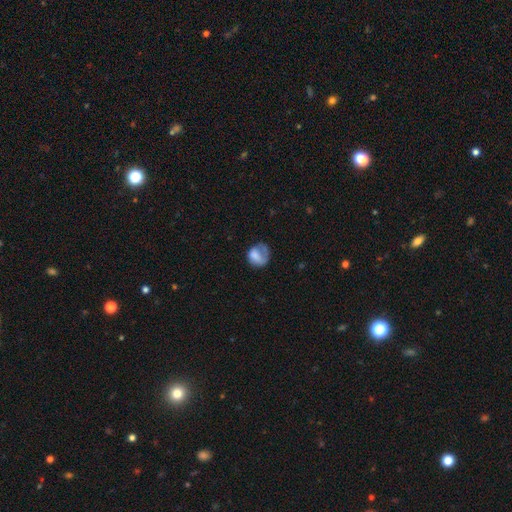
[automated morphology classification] A smooth galaxy with no disk features (65%) that is round (63%).

Vote fractions:
- Smooth or featured? smooth: 65% / featured or disk: 27% / star or artifact: 8%
- How rounded? round: 63% / in between: 36% / cigar-shaped: 1%
- Merging? none: 39% / major disturbance: 32% / minor disturbance: 27% / merger: 3%